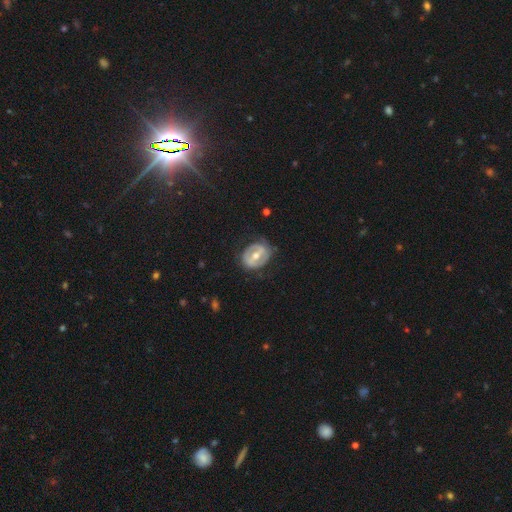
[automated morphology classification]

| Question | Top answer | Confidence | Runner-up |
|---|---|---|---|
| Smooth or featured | featured or disk | 64% | smooth (29%) |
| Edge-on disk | no | 95% | yes (5%) |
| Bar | weak | 38% | strong (33%) |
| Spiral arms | no | 61% | yes (39%) |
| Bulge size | moderate | 73% | small (21%) |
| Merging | none | 73% | minor disturbance (19%) |